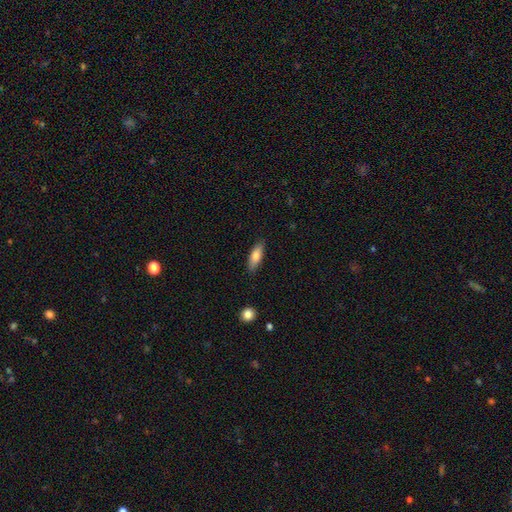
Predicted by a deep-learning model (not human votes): A smooth galaxy with no disk features (78%) that is in between round and cigar-shaped (61%). Merging: none (85%).